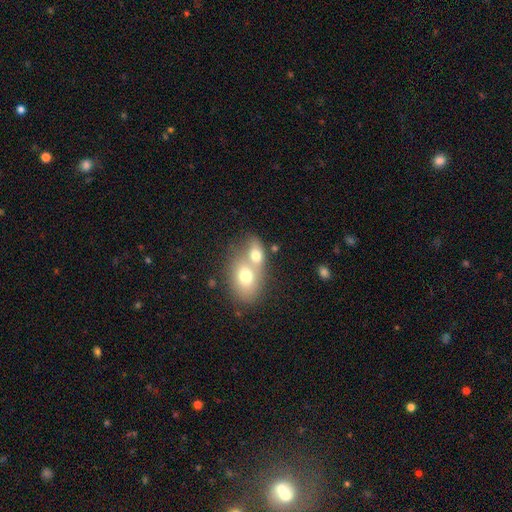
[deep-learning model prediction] smooth-or-featured: smooth: 71% | featured or disk: 21% | star or artifact: 9%
  how-rounded: in between: 72% | round: 25% | cigar-shaped: 2%
  merging: merger: 67% | none: 22% | minor disturbance: 7% | major disturbance: 4%